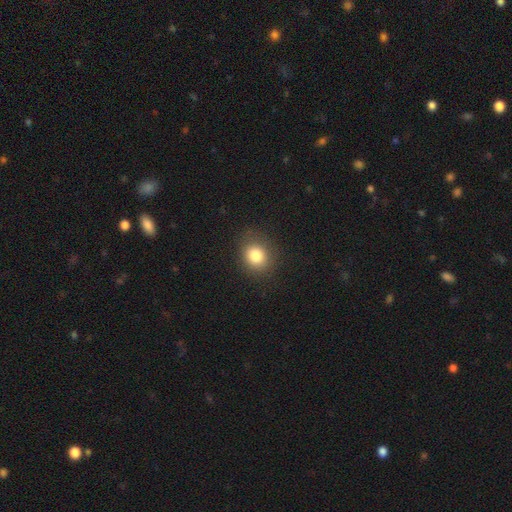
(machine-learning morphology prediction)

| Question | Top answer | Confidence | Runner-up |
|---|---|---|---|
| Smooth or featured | smooth | 82% | star or artifact (11%) |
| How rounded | round | 66% | in between (33%) |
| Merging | none | 84% | minor disturbance (11%) |